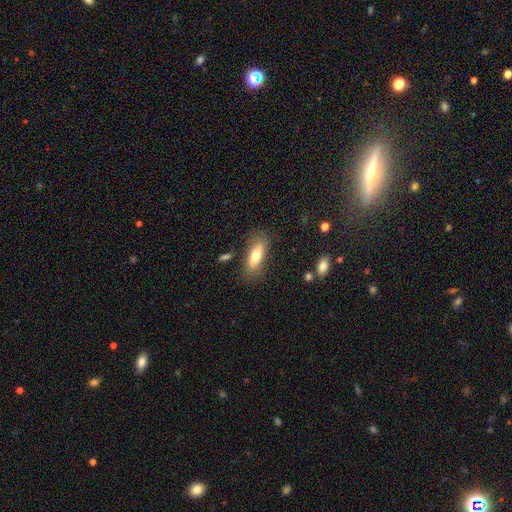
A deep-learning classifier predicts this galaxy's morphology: type=smooth (69%); roundness=in between (71%); merging=none (78%).